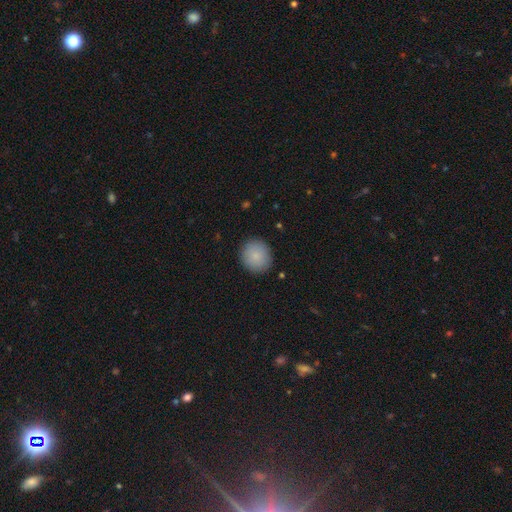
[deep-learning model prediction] Smooth or featured? Predicted: smooth (p=0.87). How rounded? Predicted: round (p=0.84). Merging? Predicted: none (p=0.88).